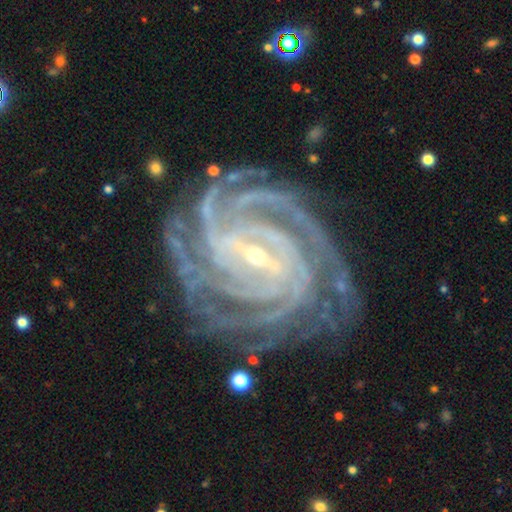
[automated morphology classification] Smooth or featured? featured or disk (94%)
Edge-on disk? no (98%)
Bar? strong (59%)
Spiral arms? yes (99%)
Spiral winding? tight (82%)
Spiral arm count? 4 (42%)
Bulge size? small (73%)
Merging? none (81%)